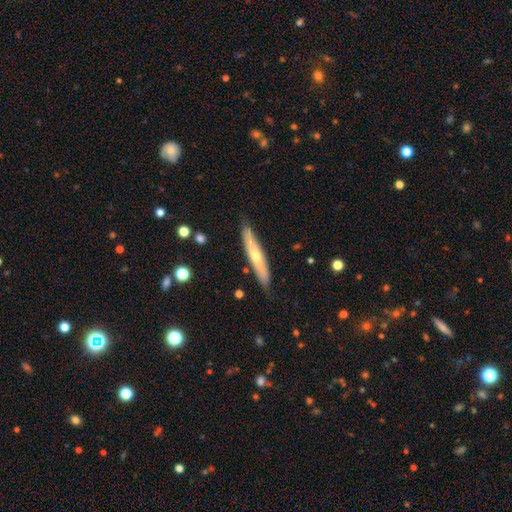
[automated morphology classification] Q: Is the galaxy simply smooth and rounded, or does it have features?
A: featured or disk — 49%.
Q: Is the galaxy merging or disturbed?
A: none — 84%.